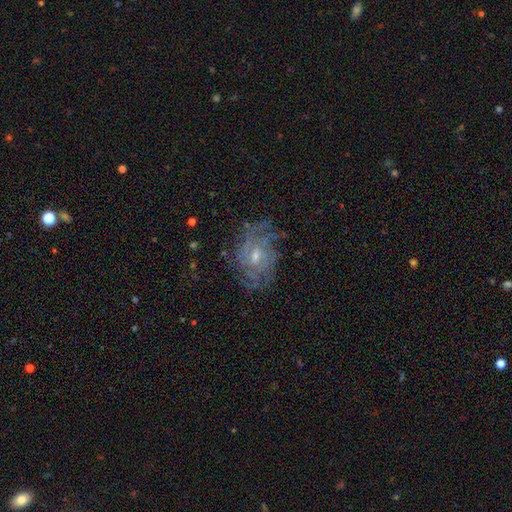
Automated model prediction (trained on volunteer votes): The model was most divided on "bulge size": small: 49%, moderate: 45%, none: 3%, large: 2%, dominant: 1%. More confident: edge-on disk — no (96%); spiral arms — yes (88%); smooth or featured — featured or disk (77%); merging — none (69%); spiral winding — tight (57%); bar — no (50%); spiral arm count — can't tell (50%).